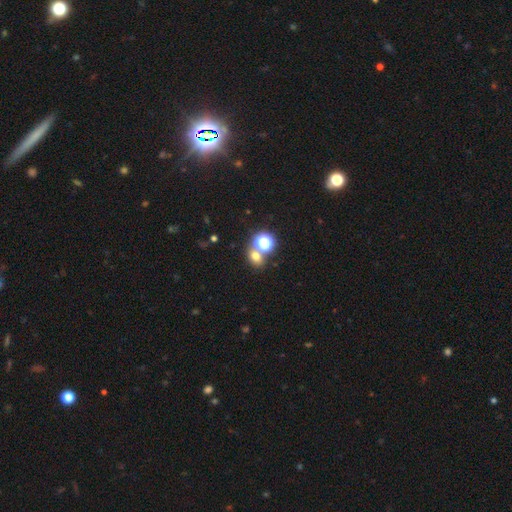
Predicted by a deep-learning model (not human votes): The model was most divided on "how rounded": round: 59%, in between: 40%, cigar-shaped: 1%. More confident: smooth or featured — smooth (66%); merging — none (61%).